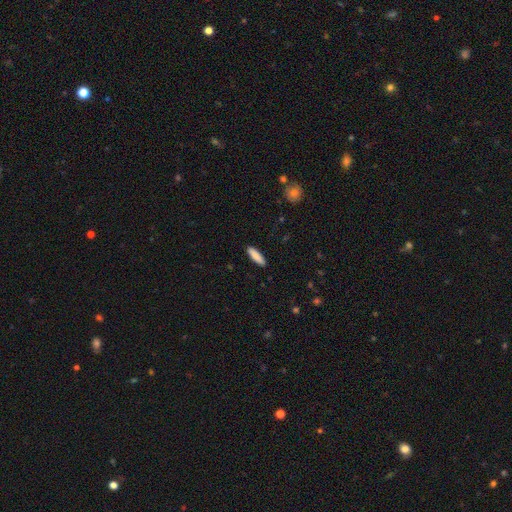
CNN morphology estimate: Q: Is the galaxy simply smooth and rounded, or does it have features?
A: smooth — 87%.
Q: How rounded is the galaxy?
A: cigar-shaped — 68%.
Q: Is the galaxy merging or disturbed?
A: none — 90%.